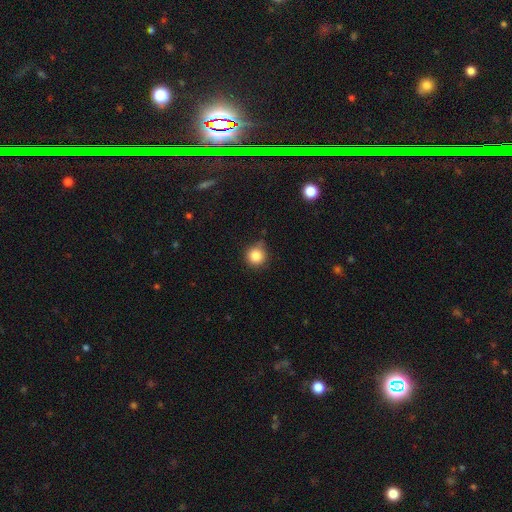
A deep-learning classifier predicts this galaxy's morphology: This appears to be a smooth galaxy with no disk features (85%) that is round (94%). Merging: none (73%).